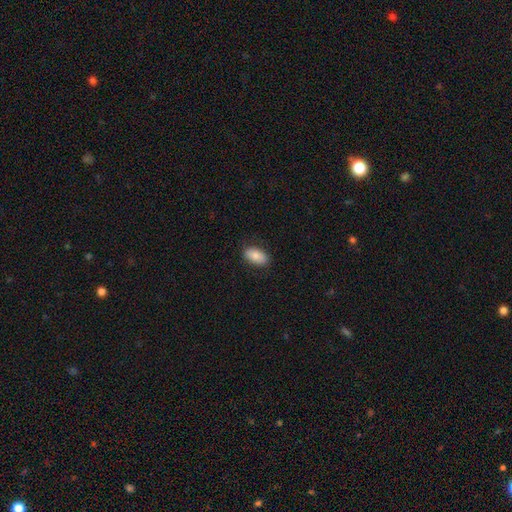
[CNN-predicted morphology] Q: Smooth or featured?
A: smooth (83%); runner-up: featured or disk (10%)
Q: How rounded?
A: in between (93%); runner-up: round (5%)
Q: Merging?
A: none (83%); runner-up: minor disturbance (13%)